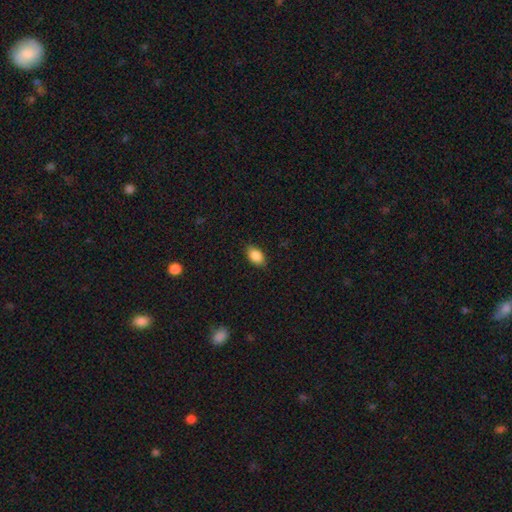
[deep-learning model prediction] Smooth or featured? smooth (87%)
How rounded? in between (90%)
Merging? none (86%)